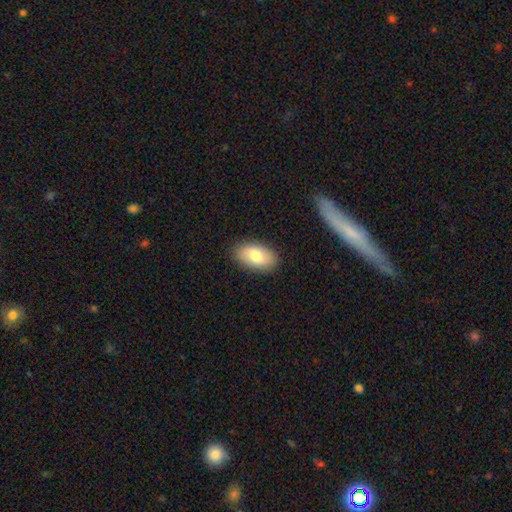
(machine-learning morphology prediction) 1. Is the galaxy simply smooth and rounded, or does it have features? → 76% smooth, 18% featured or disk, 6% star or artifact.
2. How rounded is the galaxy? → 93% in between, 5% round, 2% cigar-shaped.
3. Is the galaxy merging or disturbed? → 87% none, 9% minor disturbance, 2% major disturbance, 1% merger.